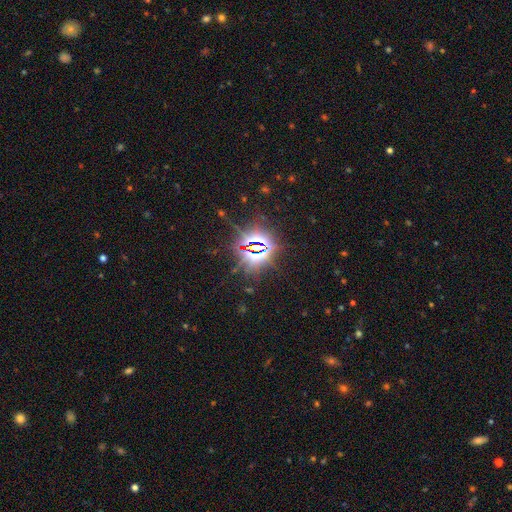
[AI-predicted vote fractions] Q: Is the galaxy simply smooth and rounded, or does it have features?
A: star or artifact — 84%.